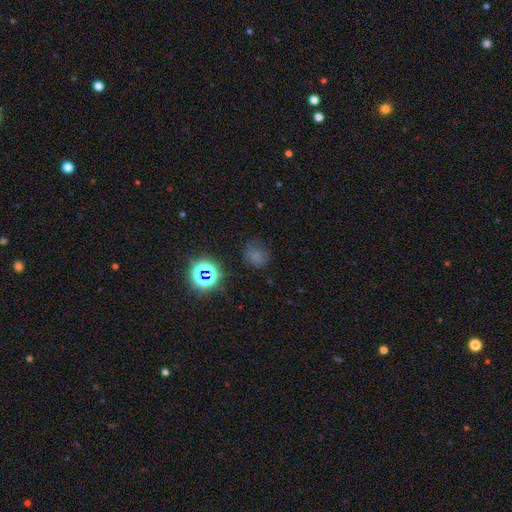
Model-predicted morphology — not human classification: The model was most divided on "smooth or featured": smooth: 60%, star or artifact: 32%, featured or disk: 8%. More confident: merging — none (71%); how rounded — round (64%).